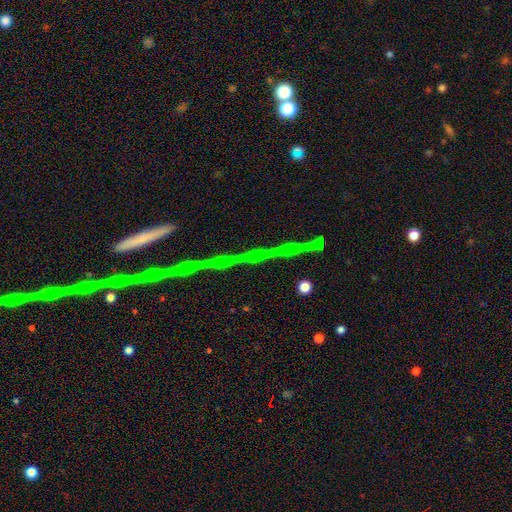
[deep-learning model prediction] Q: Smooth or featured?
A: star or artifact (67%); runner-up: featured or disk (23%)